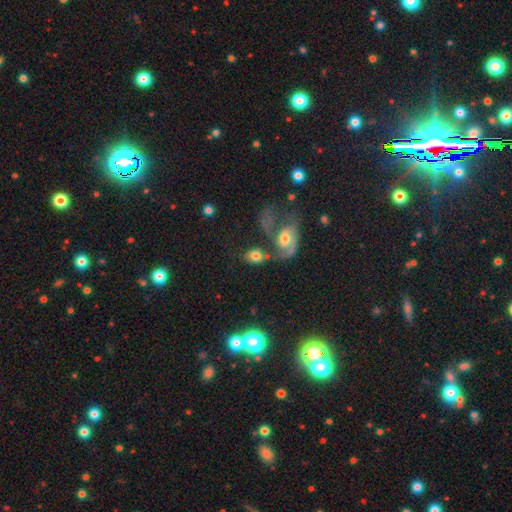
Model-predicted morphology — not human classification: This appears to be a smooth galaxy with no disk features (61%) that is in between round and cigar-shaped (62%). Merging: merger (42%).